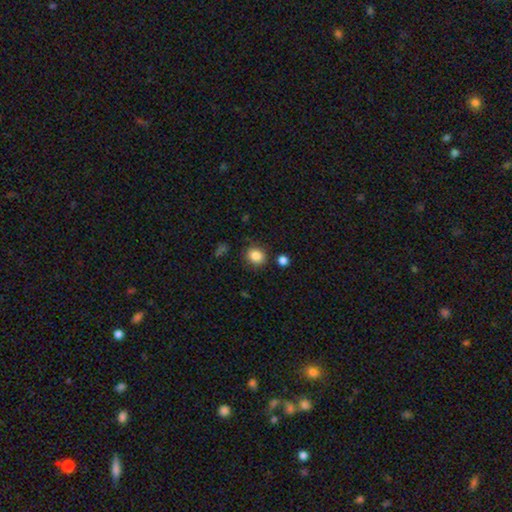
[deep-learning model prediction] This is clearly a smooth galaxy (86%). How rounded: likely round (74%). Merging: clearly none (84%).